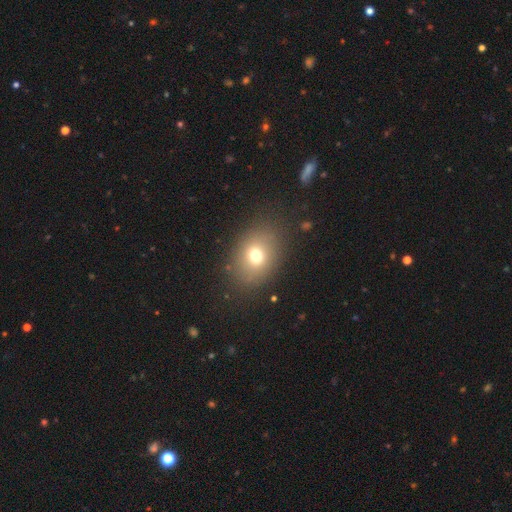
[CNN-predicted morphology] Smooth or featured?
  - smooth: 70% *
  - featured or disk: 15%
  - star or artifact: 15%
How rounded?
  - in between: 59% *
  - round: 40%
  - cigar-shaped: 1%
Merging?
  - none: 82% *
  - minor disturbance: 11%
  - major disturbance: 6%
  - merger: 1%